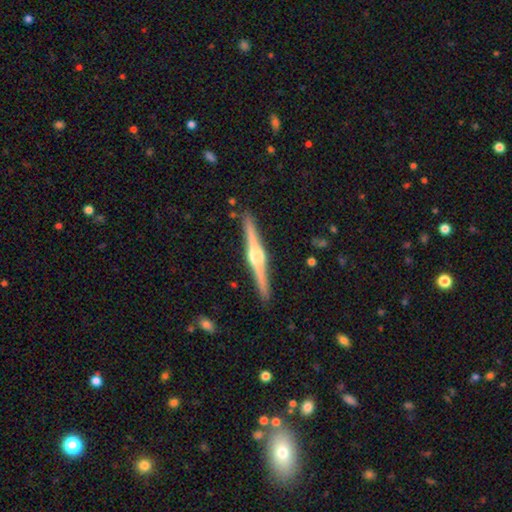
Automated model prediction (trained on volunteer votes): featured or disk 85%, smooth 10%, star or artifact 5%. Down the decision tree: edge-on disk — yes (99%); edge-on bulge — rounded (94%); merging — none (92%).